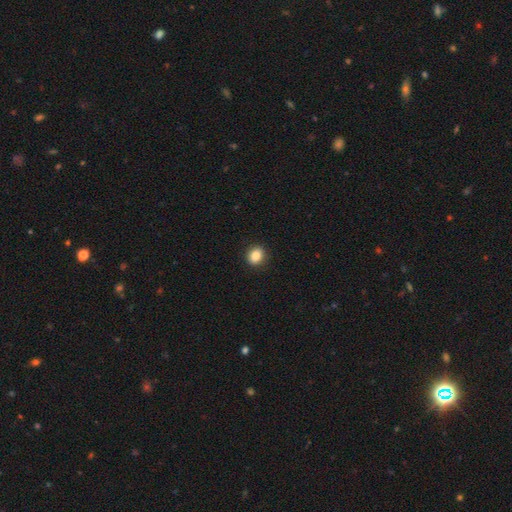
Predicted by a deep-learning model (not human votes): This appears to be a smooth galaxy with no disk features (86%) that is round (56%). Merging: none (91%).